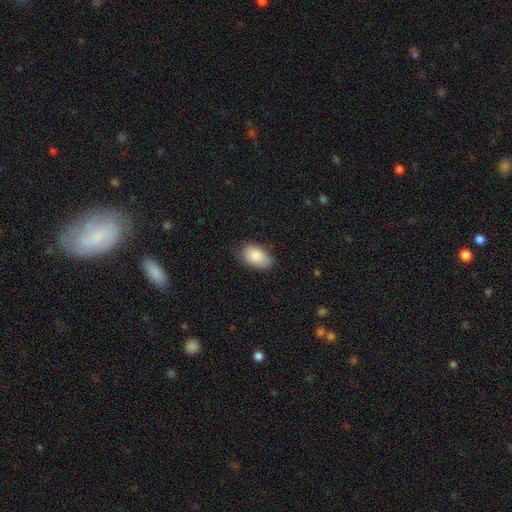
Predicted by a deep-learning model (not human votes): smooth 88%, star or artifact 6%, featured or disk 6%. Down the decision tree: how rounded — in between (93%); merging — none (73%).